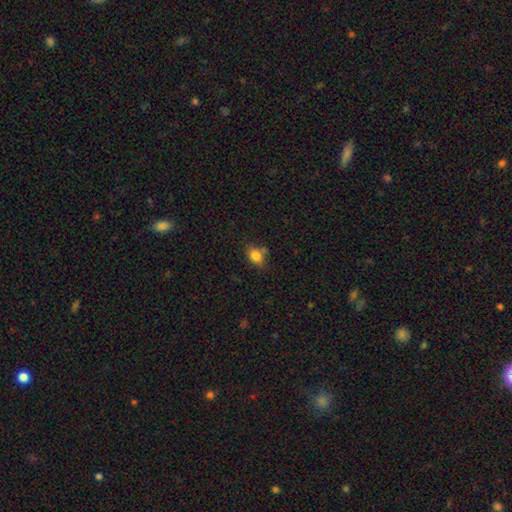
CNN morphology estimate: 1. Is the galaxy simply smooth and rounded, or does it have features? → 81% smooth, 11% star or artifact, 8% featured or disk.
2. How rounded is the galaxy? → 62% in between, 36% round, 2% cigar-shaped.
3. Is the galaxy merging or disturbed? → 63% none, 22% minor disturbance, 10% merger, 5% major disturbance.